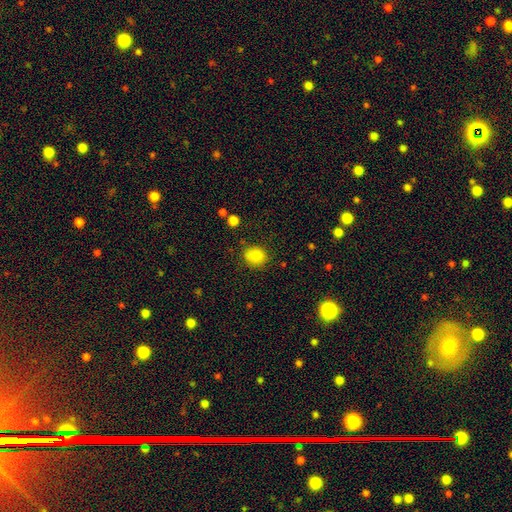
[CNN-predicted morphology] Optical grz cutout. It shows a smooth galaxy with no disk features (84%) that is round (66%). Merging: none (82%).